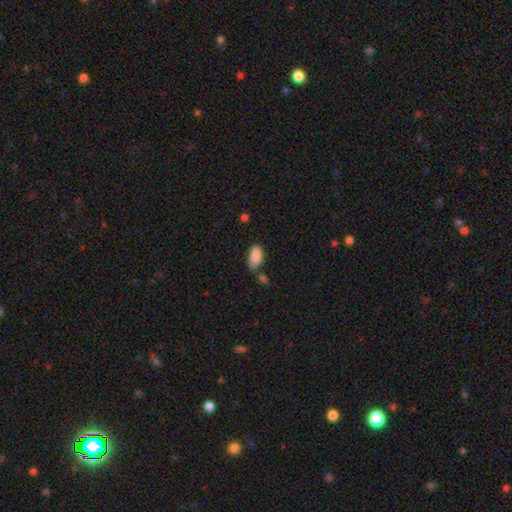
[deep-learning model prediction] Smooth or featured: smooth — 88% (star or artifact — 8%)
How rounded: in between — 94% (cigar-shaped — 3%)
Merging: none — 53% (minor disturbance — 27%)